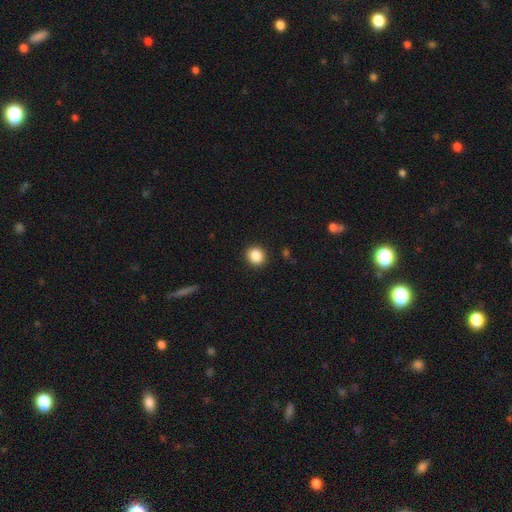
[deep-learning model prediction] Smooth or featured? smooth (86%)
How rounded? round (84%)
Merging? none (91%)